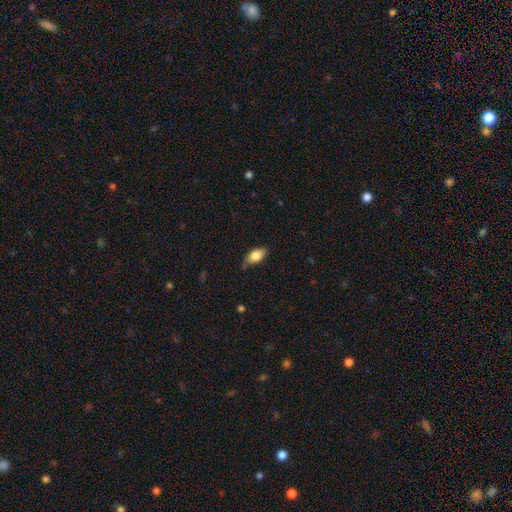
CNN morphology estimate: Smooth or featured? Predicted: smooth (p=0.77). How rounded? Predicted: in between (p=0.88). Merging? Predicted: none (p=0.65).